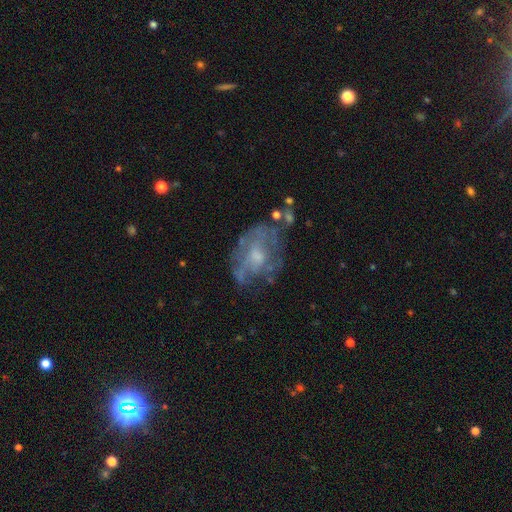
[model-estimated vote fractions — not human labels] Smooth or featured? featured or disk (67%)
Edge-on disk? no (96%)
Bar? no (74%)
Spiral arms? no (58%)
Bulge size? moderate (47%)
Merging? none (51%)